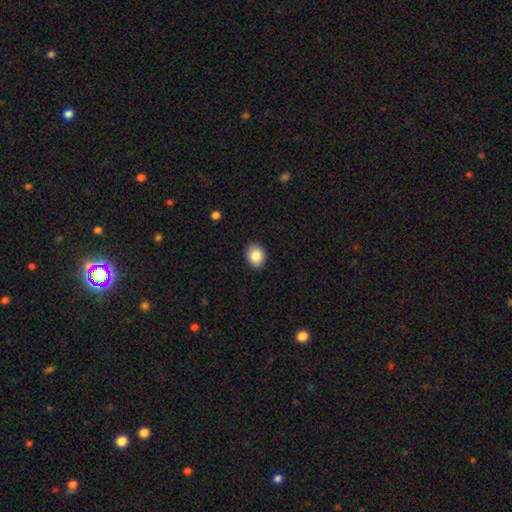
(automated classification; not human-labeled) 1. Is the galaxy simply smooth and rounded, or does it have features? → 86% smooth, 8% star or artifact, 6% featured or disk.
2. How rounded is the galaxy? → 54% in between, 45% round, 1% cigar-shaped.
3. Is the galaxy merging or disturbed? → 89% none, 8% minor disturbance, 2% major disturbance, 1% merger.